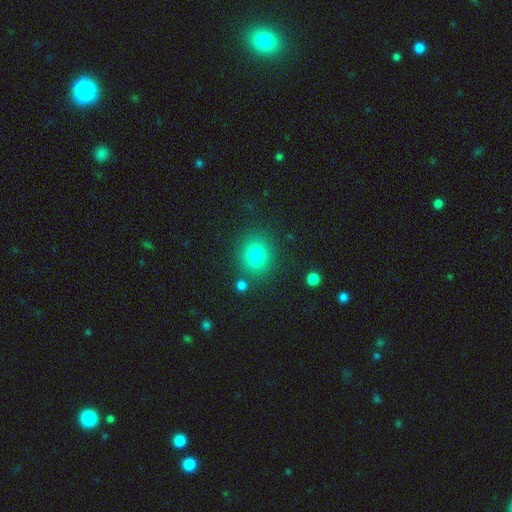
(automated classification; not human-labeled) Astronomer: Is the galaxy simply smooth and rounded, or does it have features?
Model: smooth — 80%.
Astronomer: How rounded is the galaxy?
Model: round — 80%.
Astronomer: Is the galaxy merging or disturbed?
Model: none — 82%.